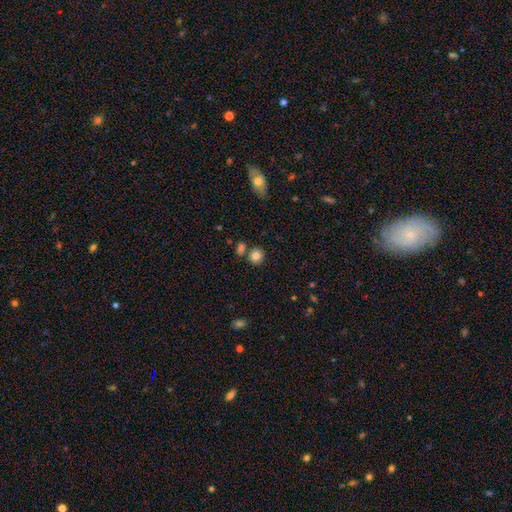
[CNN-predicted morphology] Smooth or featured? Predicted: smooth (p=0.83). How rounded? Predicted: round (p=0.84). Merging? Predicted: none (p=0.71).